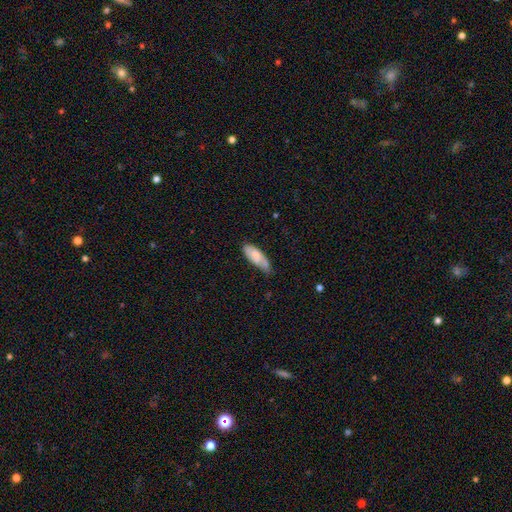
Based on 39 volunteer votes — Volunteers were most divided on "merging": minor disturbance: 46%, none: 38%, major disturbance: 11%, merger: 5%. More confident: how rounded — in between (81%); smooth or featured — smooth (69%).